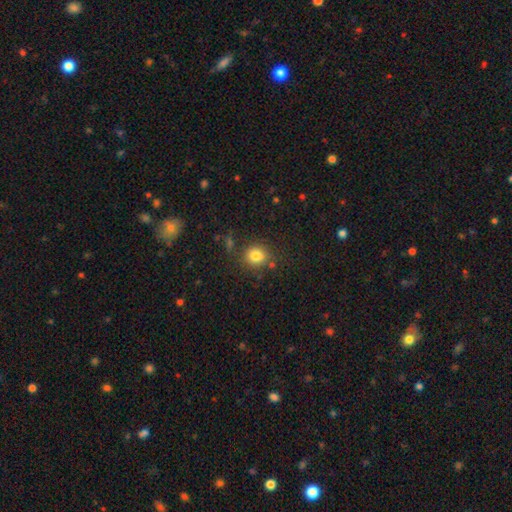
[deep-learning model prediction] Smooth or featured? smooth (81%)
How rounded? round (78%)
Merging? none (78%)